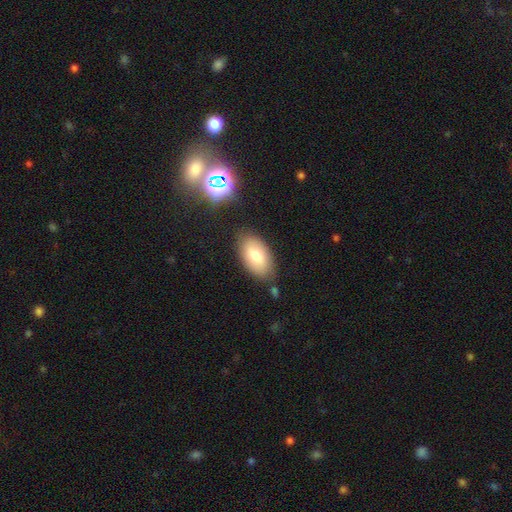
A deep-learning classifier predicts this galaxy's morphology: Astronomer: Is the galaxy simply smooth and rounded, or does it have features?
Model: smooth — 75%.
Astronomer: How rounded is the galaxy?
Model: in between — 94%.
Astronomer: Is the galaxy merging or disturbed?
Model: none — 79%.